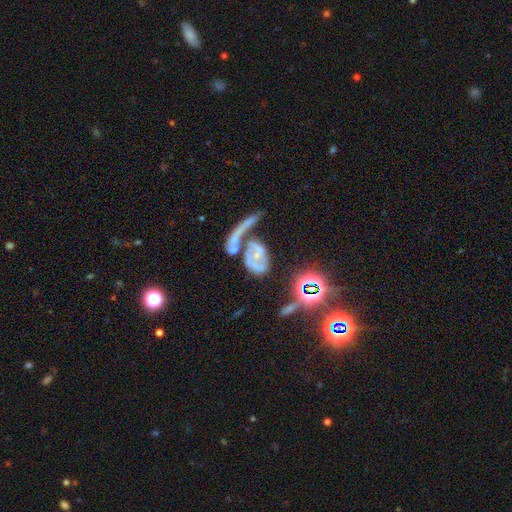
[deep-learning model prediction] This is likely a featured or disk galaxy (60%). It is clearly not viewed edge-on (94%). Bar: likely no (78%). Spiral arm pattern: possibly no (56%). Central bulge: possibly small (51%). Merging: marginally merger (43%).